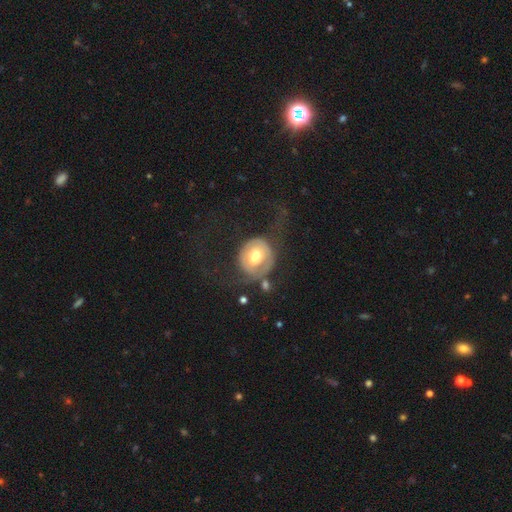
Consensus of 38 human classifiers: This is likely a featured or disk galaxy (66%). It is clearly not viewed edge-on (96%). Bar: possibly no (58%). Spiral arm pattern: possibly no (54%). Central bulge: likely moderate (71%). Merging: possibly major disturbance (54%).